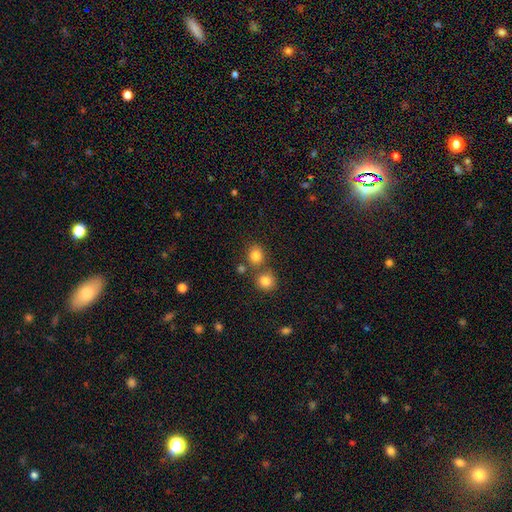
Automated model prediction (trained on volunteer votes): Smooth or featured?
  - smooth: 81% *
  - star or artifact: 13%
  - featured or disk: 6%
How rounded?
  - round: 80% *
  - in between: 19%
  - cigar-shaped: 1%
Merging?
  - none: 69% *
  - merger: 20%
  - minor disturbance: 9%
  - major disturbance: 3%